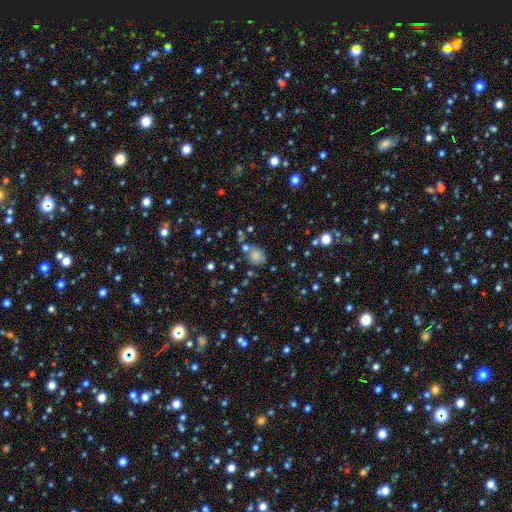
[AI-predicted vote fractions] This appears to be a smooth galaxy with no disk features (77%) that is round (70%). Merging: none (65%).